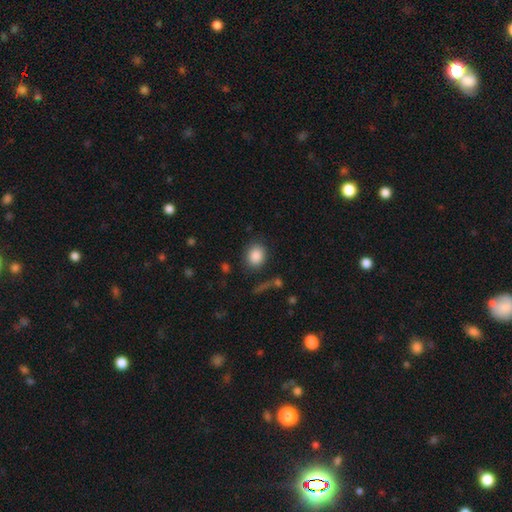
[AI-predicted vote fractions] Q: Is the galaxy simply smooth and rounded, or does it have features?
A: smooth — 87%.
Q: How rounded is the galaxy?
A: round — 60%.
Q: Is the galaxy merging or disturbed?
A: none — 82%.